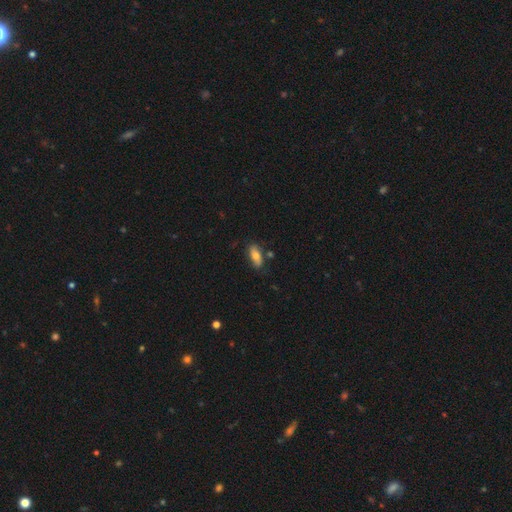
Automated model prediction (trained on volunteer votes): Smooth or featured? smooth (77%)
How rounded? in between (84%)
Merging? none (78%)